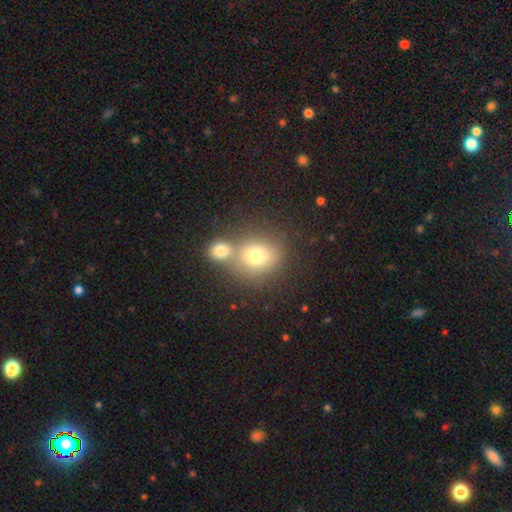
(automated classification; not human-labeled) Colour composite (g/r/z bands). It shows a smooth galaxy with no disk features (72%) that is round (71%). Merging: merger (46%).